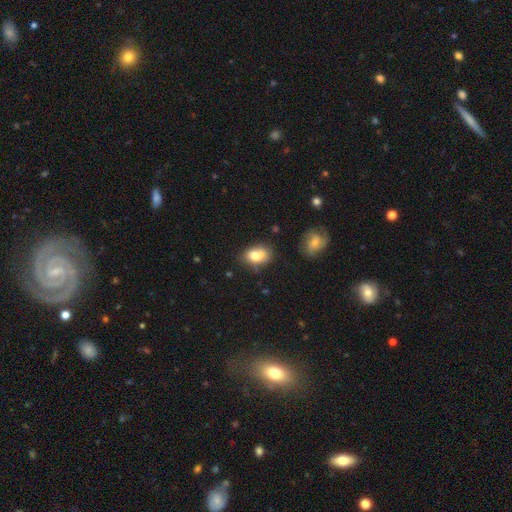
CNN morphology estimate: This is likely a smooth galaxy (75%). How rounded: likely in between (74%). Merging: possibly none (49%).